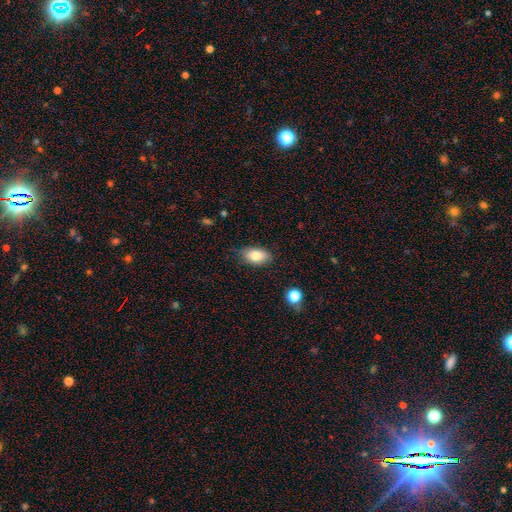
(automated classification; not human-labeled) smooth 81%, featured or disk 12%, star or artifact 8%. Down the decision tree: how rounded — in between (91%); merging — none (78%).